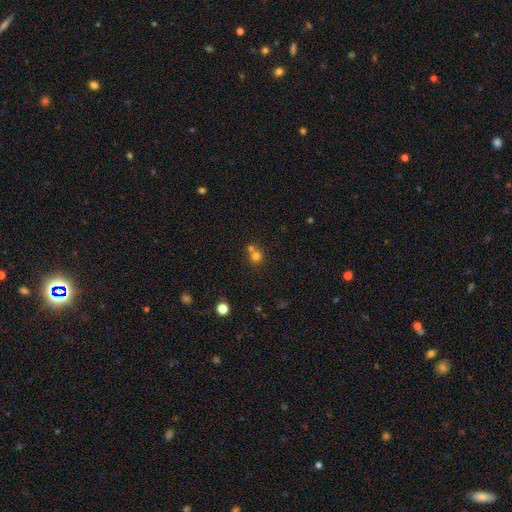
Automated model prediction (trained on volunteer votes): Morphology: type=smooth (73%); roundness=round (88%); merging=none (52%).